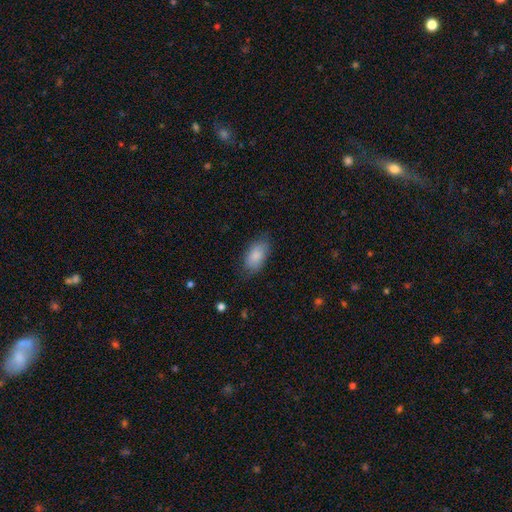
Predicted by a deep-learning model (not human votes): Smooth or featured? Predicted: smooth (p=0.85). How rounded? Predicted: in between (p=0.93). Merging? Predicted: none (p=0.75).